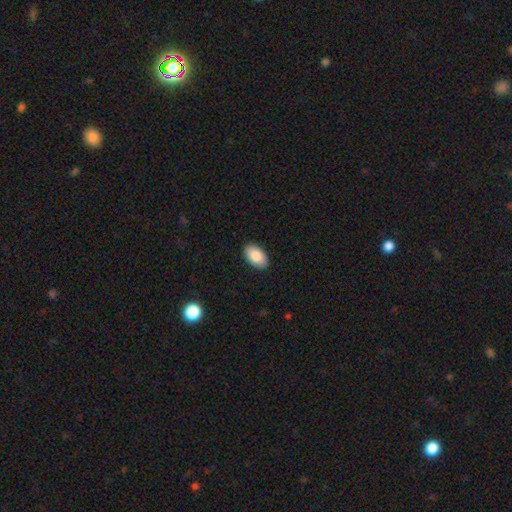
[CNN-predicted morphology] A smooth galaxy with no disk features (87%) that is in between round and cigar-shaped (95%).

Vote fractions:
- Smooth or featured? smooth: 87% / featured or disk: 6% / star or artifact: 6%
- How rounded? in between: 95% / round: 4% / cigar-shaped: 1%
- Merging? none: 90% / minor disturbance: 7% / major disturbance: 2% / merger: 1%